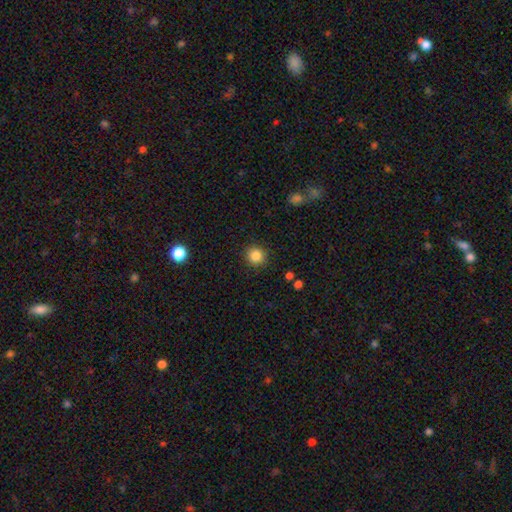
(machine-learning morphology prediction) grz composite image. It shows a smooth galaxy with no disk features (85%) that is round (92%). Merging: none (90%).